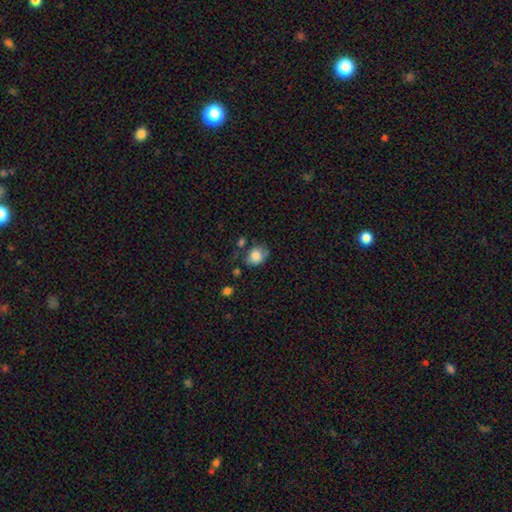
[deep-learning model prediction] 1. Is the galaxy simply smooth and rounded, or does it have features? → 80% smooth, 11% featured or disk, 9% star or artifact.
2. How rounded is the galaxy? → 55% in between, 44% round, 1% cigar-shaped.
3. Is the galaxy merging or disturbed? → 49% none, 31% minor disturbance, 12% major disturbance, 7% merger.